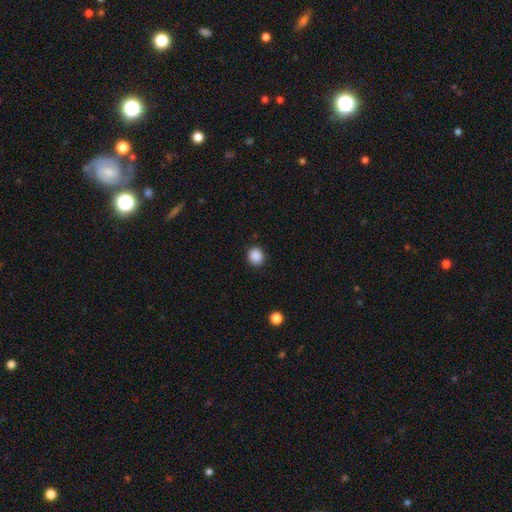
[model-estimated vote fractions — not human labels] Smooth or featured?
  - smooth: 88% *
  - star or artifact: 10%
  - featured or disk: 2%
How rounded?
  - round: 84% *
  - in between: 15%
  - cigar-shaped: 1%
Merging?
  - none: 90% *
  - minor disturbance: 6%
  - major disturbance: 2%
  - merger: 1%